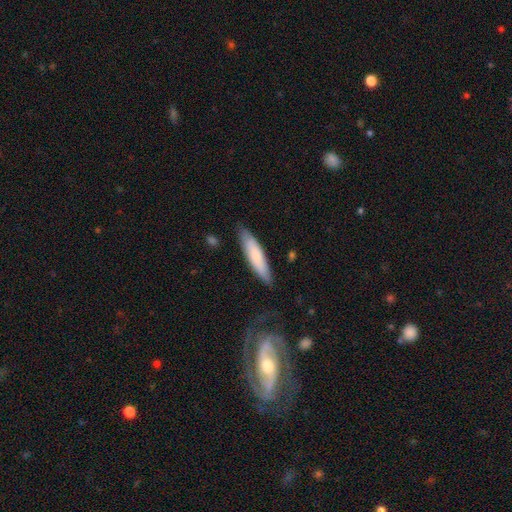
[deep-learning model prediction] Smooth or featured? smooth (71%)
How rounded? cigar-shaped (77%)
Merging? none (82%)